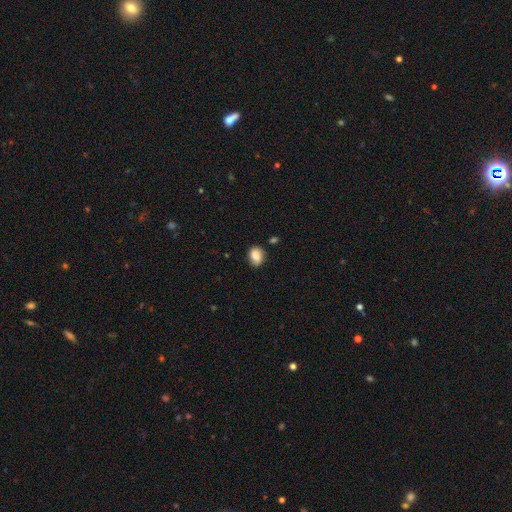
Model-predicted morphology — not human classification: type=smooth (84%); roundness=in between (64%); merging=none (78%).